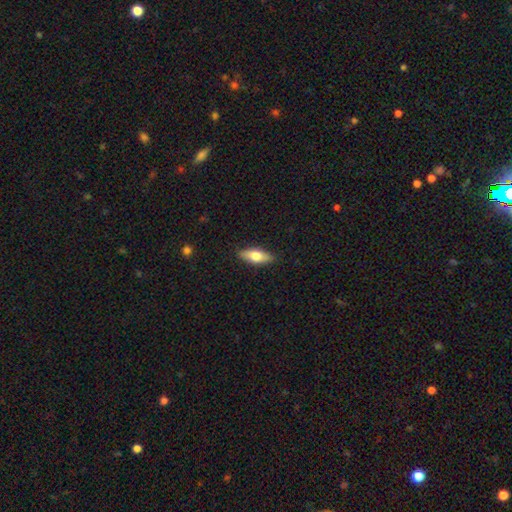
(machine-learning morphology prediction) smooth_or_featured: smooth (p=0.64) [alt: featured or disk p=0.30]
how_rounded: in between (p=0.70) [alt: cigar-shaped p=0.27]
merging: none (p=0.87) [alt: minor disturbance p=0.10]